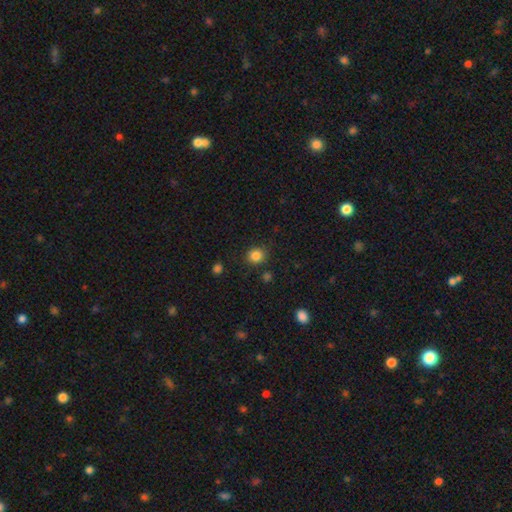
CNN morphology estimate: smooth-or-featured: smooth: 84% | star or artifact: 11% | featured or disk: 5%
  how-rounded: round: 82% | in between: 17% | cigar-shaped: 1%
  merging: none: 85% | minor disturbance: 10% | major disturbance: 3% | merger: 2%